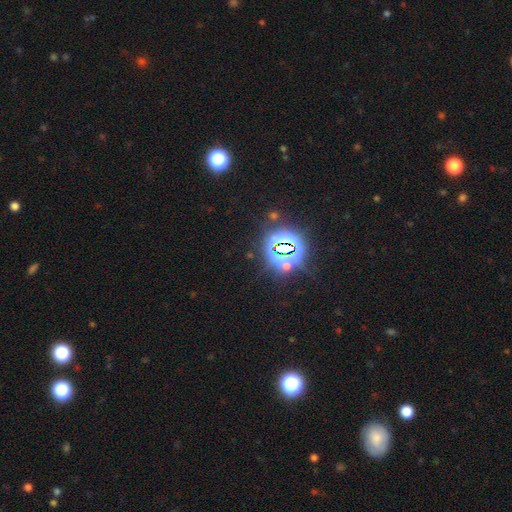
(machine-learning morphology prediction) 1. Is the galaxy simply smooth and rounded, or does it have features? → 81% star or artifact, 12% smooth, 6% featured or disk.